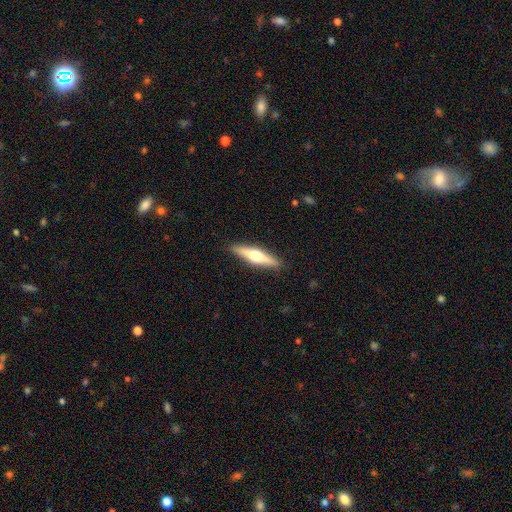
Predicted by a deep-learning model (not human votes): smooth-or-featured: featured or disk: 58% | smooth: 36% | star or artifact: 5%
  disk-edge-on: yes: 96% | no: 4%
    edge-on-bulge: rounded: 94% | boxy: 3% | none: 3%
  merging: none: 91% | minor disturbance: 7% | major disturbance: 2% | merger: 1%